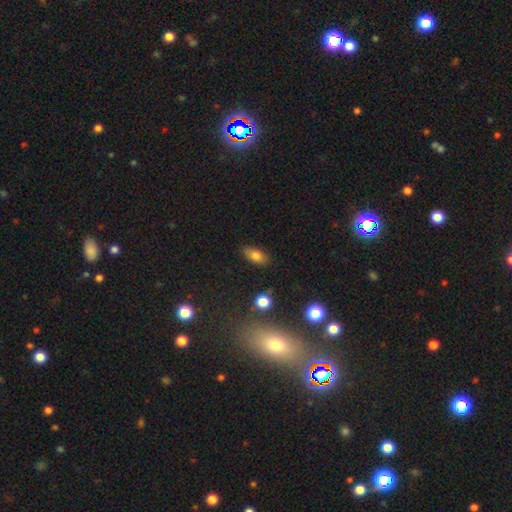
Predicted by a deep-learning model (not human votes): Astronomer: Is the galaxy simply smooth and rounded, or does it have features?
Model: smooth — 76%.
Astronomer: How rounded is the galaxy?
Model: in between — 85%.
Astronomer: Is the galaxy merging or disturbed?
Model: none — 84%.